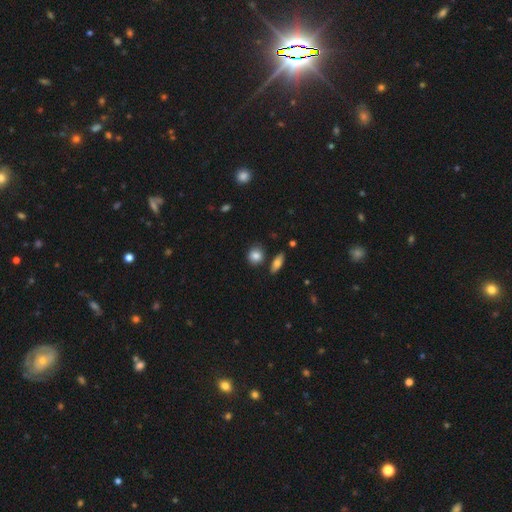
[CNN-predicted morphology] Overall: smooth (84%). How rounded: round (68%; in between 29%). Merging: none (78%).